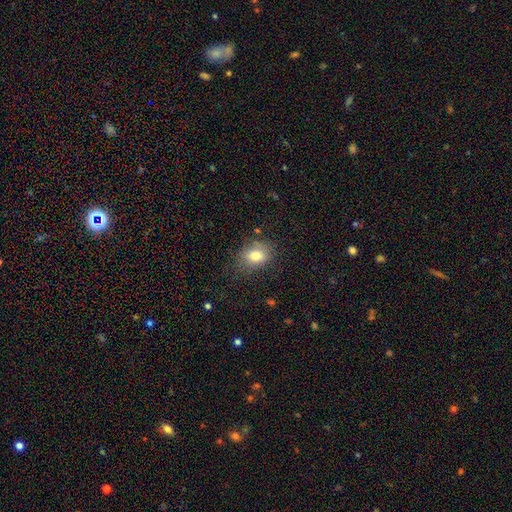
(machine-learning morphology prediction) This appears to be a smooth galaxy with no disk features (78%) that is in between round and cigar-shaped (67%). Merging: none (67%).